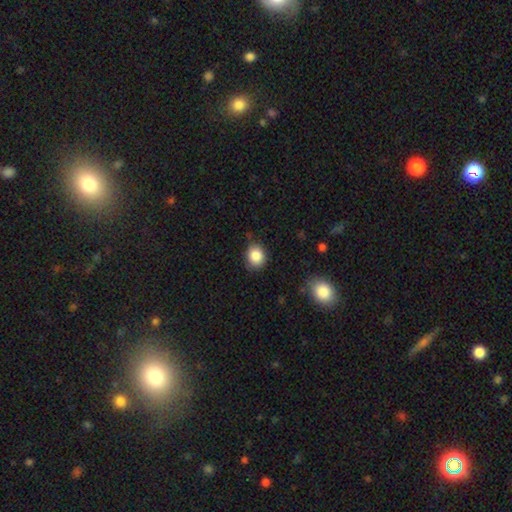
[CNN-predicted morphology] This appears to be a smooth galaxy with no disk features (85%) that is round (68%). Merging: none (77%).